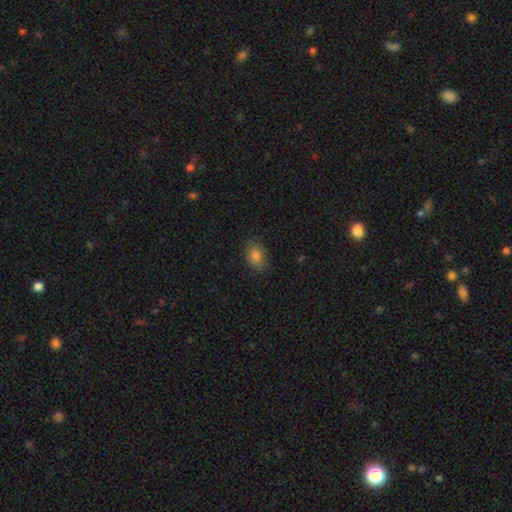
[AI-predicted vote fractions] smooth-or-featured: smooth: 83% | star or artifact: 9% | featured or disk: 7%
  how-rounded: in between: 88% | round: 10% | cigar-shaped: 2%
  merging: none: 79% | minor disturbance: 16% | major disturbance: 4% | merger: 1%